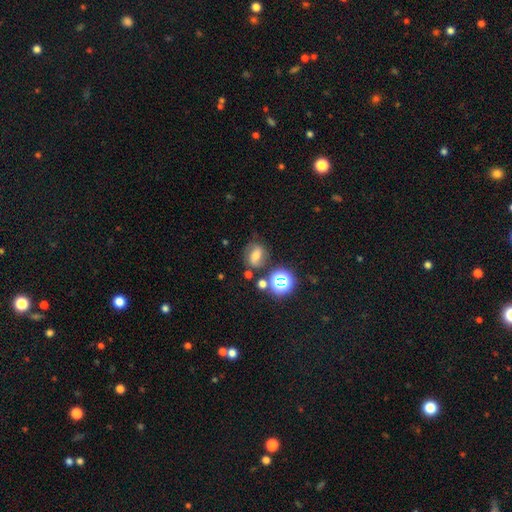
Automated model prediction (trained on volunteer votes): This is possibly a smooth galaxy (47%). Merging: likely none (66%).